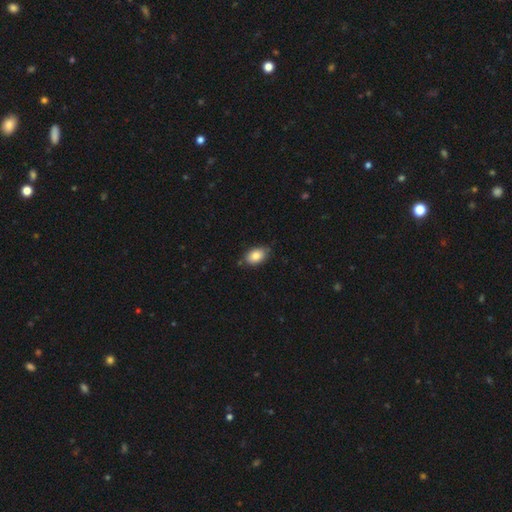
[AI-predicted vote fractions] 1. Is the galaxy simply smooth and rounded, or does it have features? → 83% smooth, 9% featured or disk, 8% star or artifact.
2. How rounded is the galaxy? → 87% in between, 12% round, 2% cigar-shaped.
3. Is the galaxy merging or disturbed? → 75% none, 20% minor disturbance, 3% major disturbance, 2% merger.